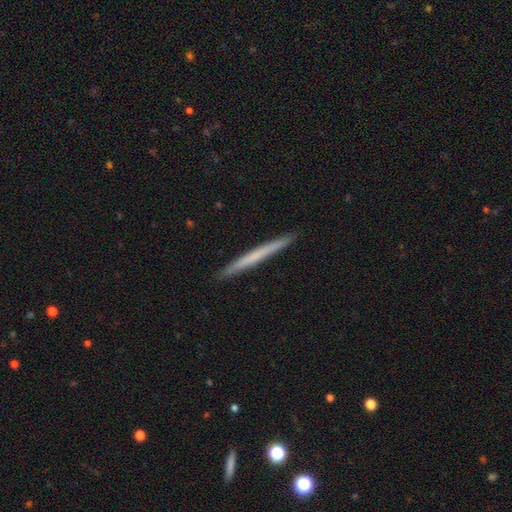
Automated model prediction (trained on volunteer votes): Overall: smooth (54%; featured or disk 41%). How rounded: cigar-shaped (97%). Merging: none (92%).